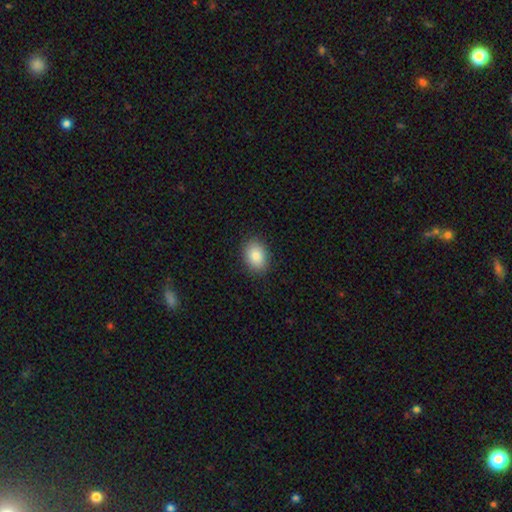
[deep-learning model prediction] Smooth or featured?
  - smooth: 86% *
  - star or artifact: 8%
  - featured or disk: 6%
How rounded?
  - in between: 74% *
  - round: 25%
  - cigar-shaped: 1%
Merging?
  - none: 89% *
  - minor disturbance: 8%
  - major disturbance: 2%
  - merger: 1%